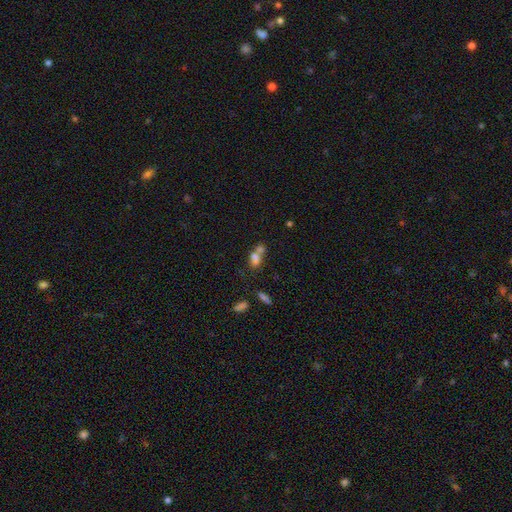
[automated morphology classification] The model was most divided on "merging": merger: 60%, none: 26%, minor disturbance: 8%, major disturbance: 5%. More confident: smooth or featured — smooth (69%); how rounded — in between (67%).